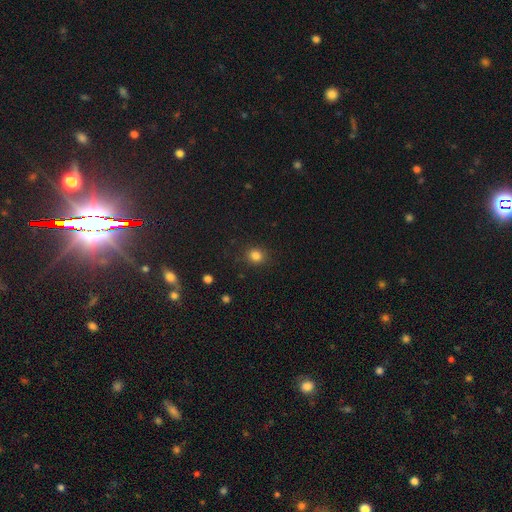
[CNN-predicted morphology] Smooth or featured: smooth — 83% (star or artifact — 13%)
How rounded: round — 80% (in between — 19%)
Merging: none — 87% (minor disturbance — 9%)